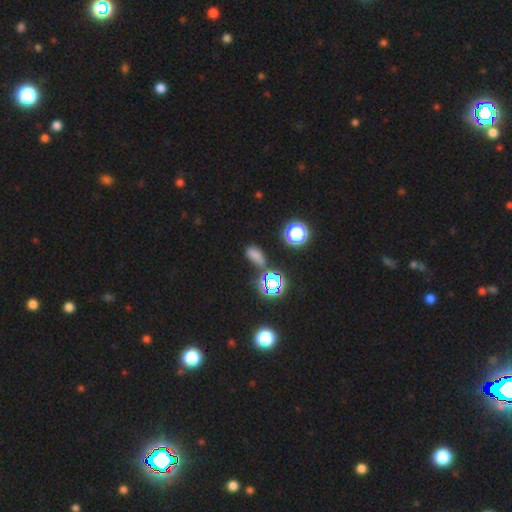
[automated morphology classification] smooth_or_featured: smooth (p=0.55) [alt: star or artifact p=0.37]
how_rounded: in between (p=0.74) [alt: round p=0.19]
merging: none (p=0.64) [alt: minor disturbance p=0.18]